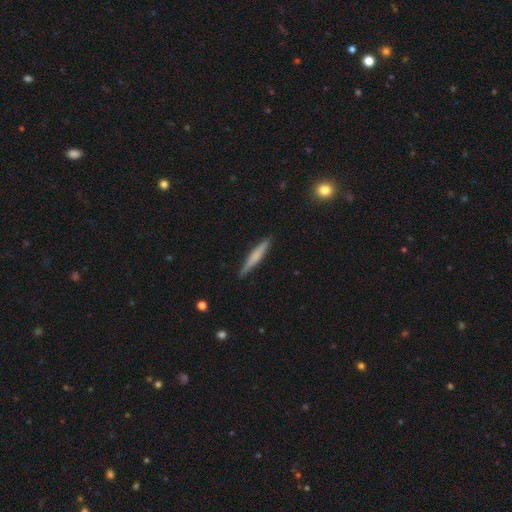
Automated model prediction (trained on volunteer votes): Smooth or featured: smooth — 57% (featured or disk — 37%)
How rounded: cigar-shaped — 95% (in between — 4%)
Merging: none — 90% (minor disturbance — 8%)